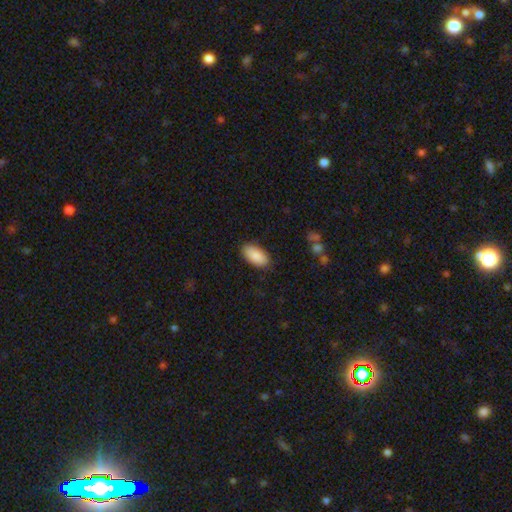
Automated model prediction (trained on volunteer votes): Morphology: type=smooth (89%); roundness=in between (94%); merging=none (87%).